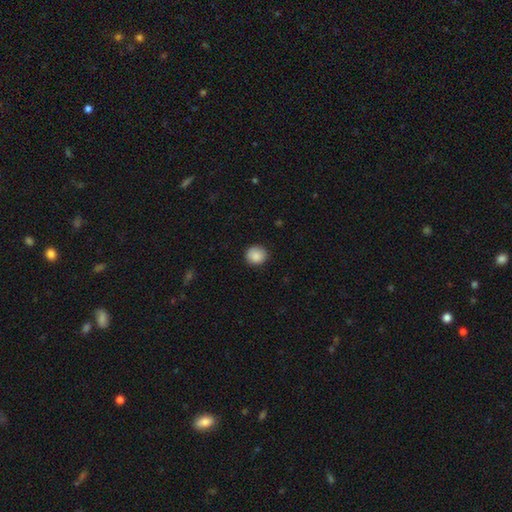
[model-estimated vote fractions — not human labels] Smooth or featured? Predicted: smooth (p=0.88). How rounded? Predicted: round (p=0.86). Merging? Predicted: none (p=0.88).